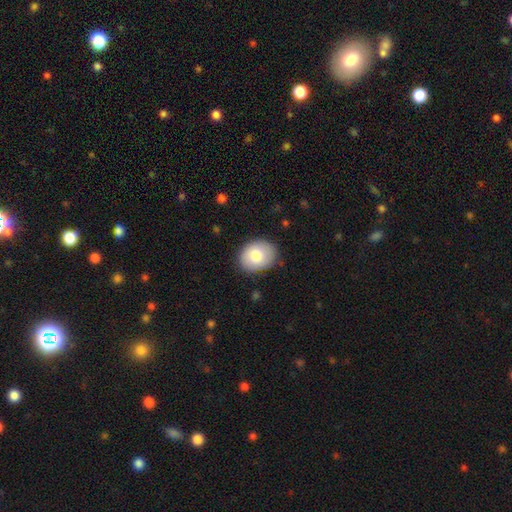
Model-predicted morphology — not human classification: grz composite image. It shows a smooth galaxy with no disk features (81%) that is in between round and cigar-shaped (56%). Merging: none (84%).